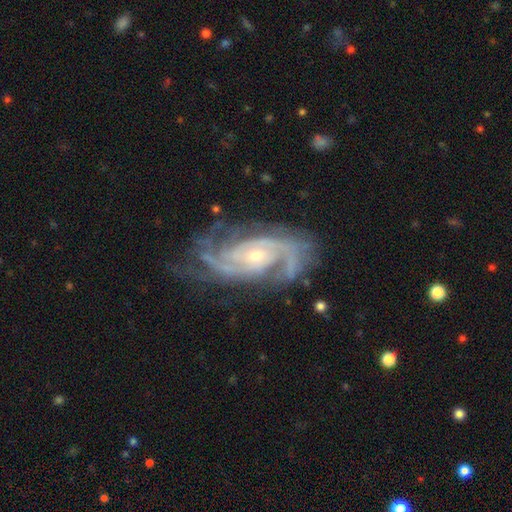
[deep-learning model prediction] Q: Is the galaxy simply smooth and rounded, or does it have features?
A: featured or disk — 92%.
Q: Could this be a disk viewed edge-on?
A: no — 96%.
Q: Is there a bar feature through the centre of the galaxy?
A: no — 63%.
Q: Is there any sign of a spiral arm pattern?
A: yes — 98%.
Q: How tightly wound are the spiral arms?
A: tight — 56%.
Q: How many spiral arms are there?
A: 2 — 39%.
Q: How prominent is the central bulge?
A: small — 63%.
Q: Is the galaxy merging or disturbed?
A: none — 71%.